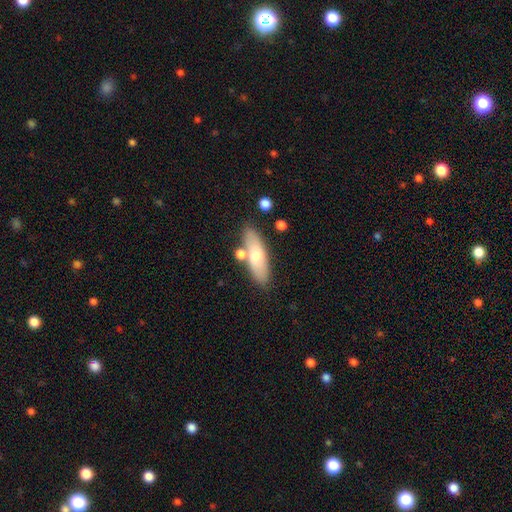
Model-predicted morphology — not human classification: A smooth galaxy with no disk features (65%) that is in between round and cigar-shaped (53%). Merging: none (75%).